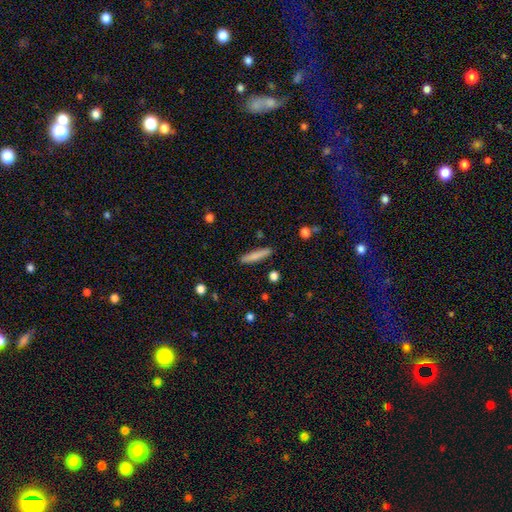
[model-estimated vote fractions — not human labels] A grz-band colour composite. It shows a smooth galaxy with no disk features (77%) that is cigar-shaped (89%). Merging: none (88%).